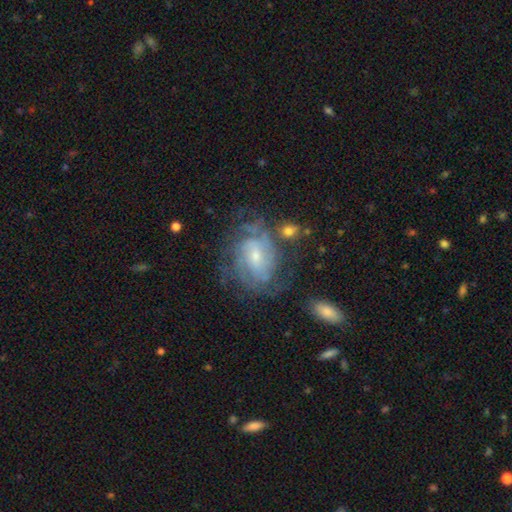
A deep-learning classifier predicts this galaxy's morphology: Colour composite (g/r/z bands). It shows a featured or disk galaxy (79%) with no bar (46%), tight (55%) spiral arms (90%) and a small central bulge (62%). Merging: none (60%).